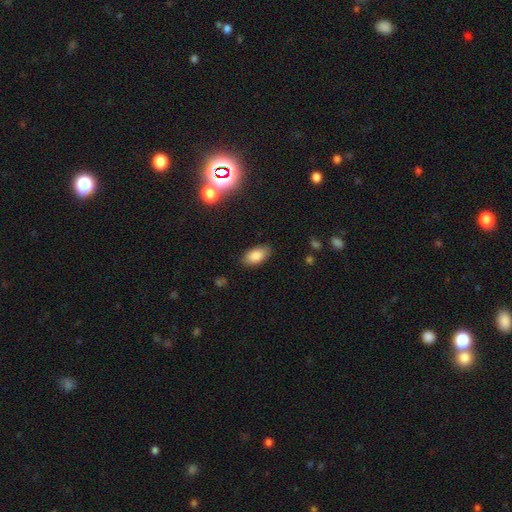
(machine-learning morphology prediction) smooth_or_featured: smooth (p=0.84) [alt: star or artifact p=0.08]
how_rounded: in between (p=0.93) [alt: round p=0.04]
merging: none (p=0.85) [alt: minor disturbance p=0.11]